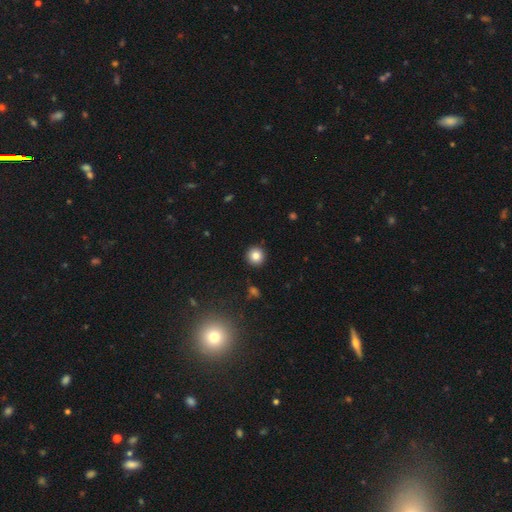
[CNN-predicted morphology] This is clearly a smooth galaxy (83%). How rounded: clearly round (95%). Merging: clearly none (92%).